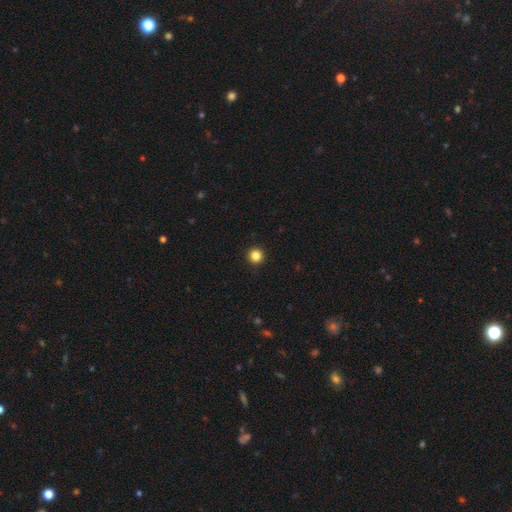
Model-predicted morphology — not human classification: A smooth galaxy with no disk features (85%) that is round (96%).

Vote fractions:
- Smooth or featured? smooth: 85% / star or artifact: 12% / featured or disk: 4%
- How rounded? round: 96% / in between: 3% / cigar-shaped: 1%
- Merging? none: 94% / minor disturbance: 4% / major disturbance: 1% / merger: 1%